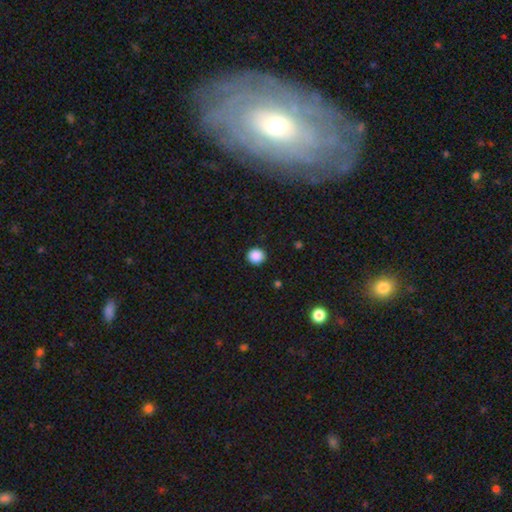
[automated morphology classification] The model was most divided on "smooth or featured": smooth: 88%, star or artifact: 10%, featured or disk: 2%. More confident: merging — none (92%); how rounded — round (92%).